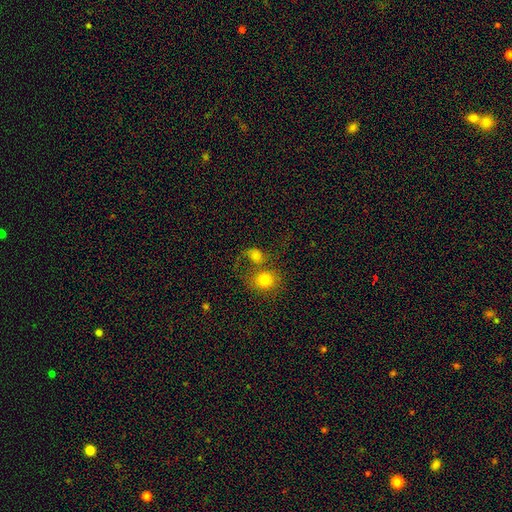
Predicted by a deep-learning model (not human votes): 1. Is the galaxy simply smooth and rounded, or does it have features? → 63% smooth, 24% featured or disk, 13% star or artifact.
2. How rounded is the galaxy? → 59% round, 39% in between, 2% cigar-shaped.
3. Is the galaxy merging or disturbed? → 58% merger, 23% none, 11% major disturbance, 9% minor disturbance.